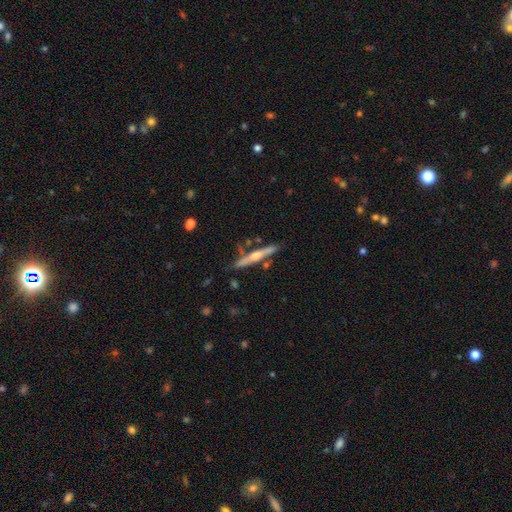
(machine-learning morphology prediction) Overall: featured or disk (66%; smooth 28%). Edge-on disk: yes (96%). Edge-on bulge: rounded (86%). Merging: none (78%).